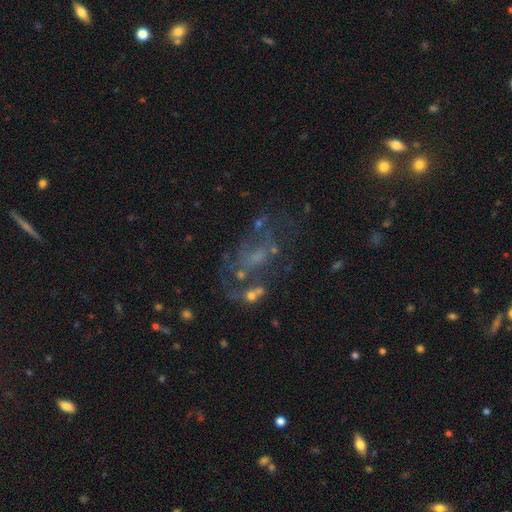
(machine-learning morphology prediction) A featured or disk galaxy (64%) with no bar (63%), spiral arms (53%) and no central bulge (40%). Merging: none (44%).